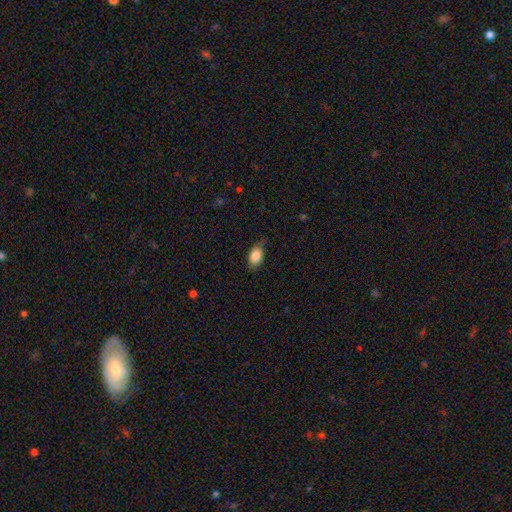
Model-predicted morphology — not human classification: Smooth or featured? Predicted: smooth (p=0.86). How rounded? Predicted: in between (p=0.89). Merging? Predicted: none (p=0.72).